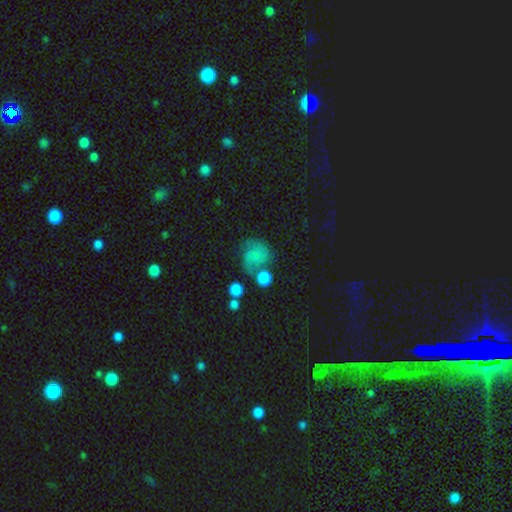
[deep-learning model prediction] The model was most divided on "smooth or featured": smooth: 47%, featured or disk: 39%, star or artifact: 14%. Remaining: merging — none (46%).